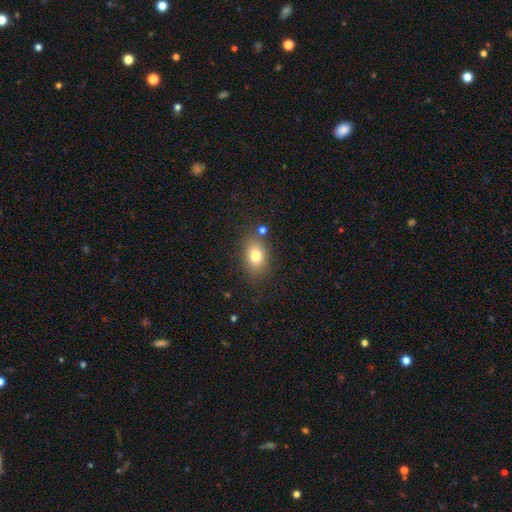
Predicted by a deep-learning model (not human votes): Smooth or featured? smooth (78%)
How rounded? in between (75%)
Merging? none (78%)